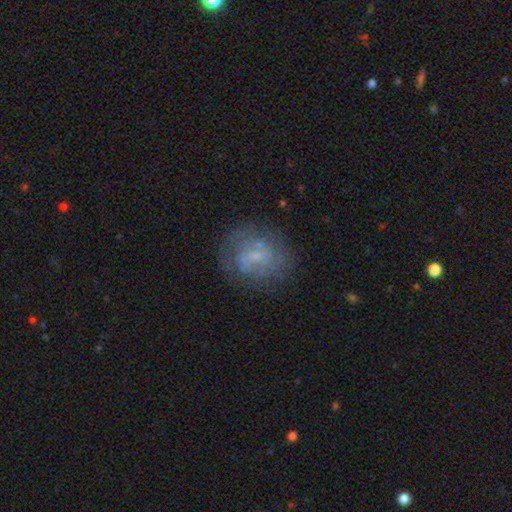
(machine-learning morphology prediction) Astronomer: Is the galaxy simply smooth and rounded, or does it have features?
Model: featured or disk — 53% (runner-up: smooth, 36%).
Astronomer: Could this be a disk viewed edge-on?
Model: no — 97%.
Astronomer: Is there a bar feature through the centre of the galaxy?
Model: no — 53% (runner-up: weak, 39%).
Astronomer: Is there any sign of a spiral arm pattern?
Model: yes — 52% (runner-up: no, 48%).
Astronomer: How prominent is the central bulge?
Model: small — 62%.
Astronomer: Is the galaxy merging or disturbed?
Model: none — 66%.